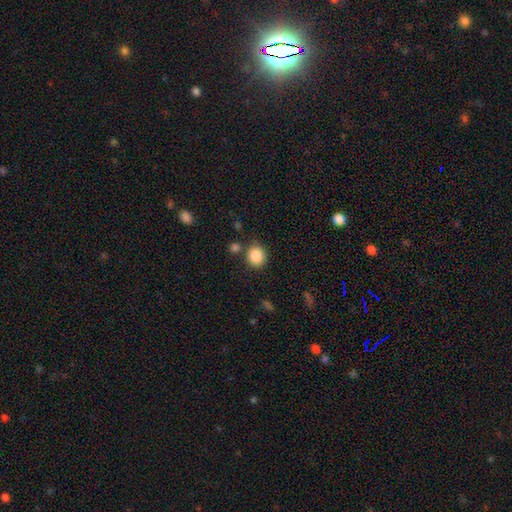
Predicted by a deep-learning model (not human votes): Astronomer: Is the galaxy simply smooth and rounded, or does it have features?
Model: smooth — 87%.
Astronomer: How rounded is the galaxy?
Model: round — 80%.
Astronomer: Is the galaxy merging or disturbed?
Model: none — 77%.